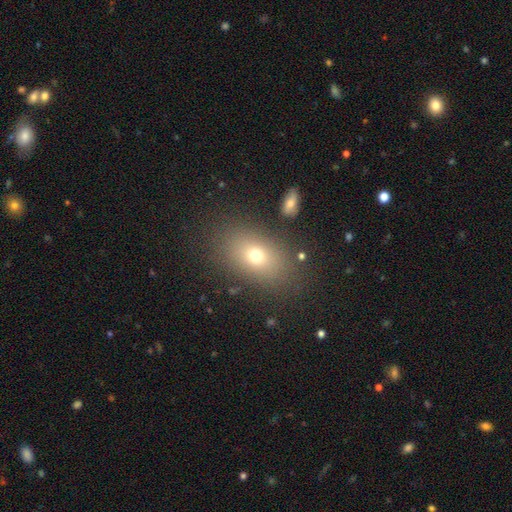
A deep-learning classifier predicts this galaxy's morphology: smooth-or-featured: smooth: 70% | featured or disk: 15% | star or artifact: 15%
  how-rounded: in between: 78% | round: 20% | cigar-shaped: 2%
  merging: none: 82% | minor disturbance: 10% | major disturbance: 5% | merger: 3%